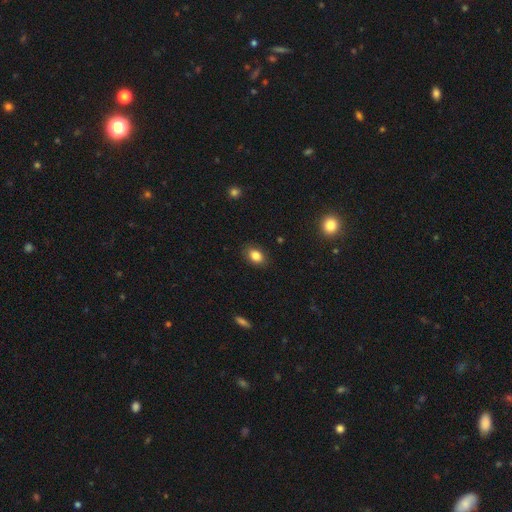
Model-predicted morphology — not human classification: Overall: smooth (84%). How rounded: in between (76%). Merging: none (85%).